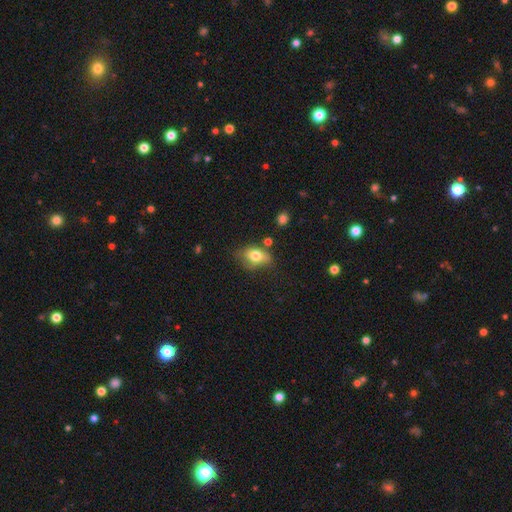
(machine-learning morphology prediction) type=smooth (74%); roundness=in between (80%); merging=none (49%).